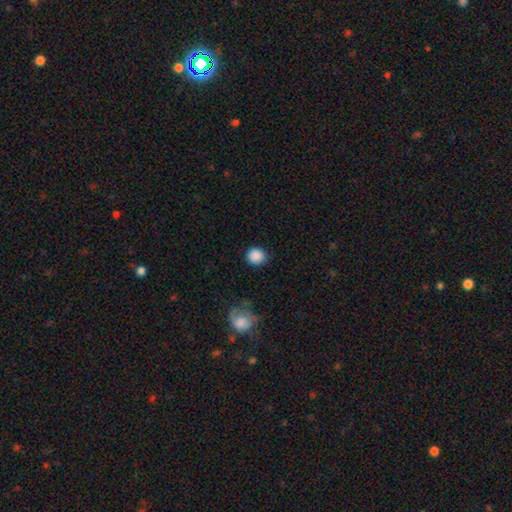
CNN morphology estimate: Smooth or featured: smooth — 88% (star or artifact — 8%)
How rounded: round — 89% (in between — 10%)
Merging: none — 86% (minor disturbance — 9%)